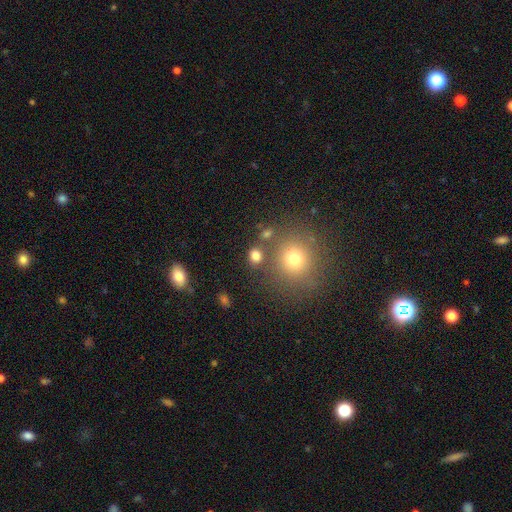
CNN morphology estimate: The model was most divided on "how rounded": round: 71%, in between: 28%, cigar-shaped: 1%. More confident: smooth or featured — smooth (76%); merging — none (74%).